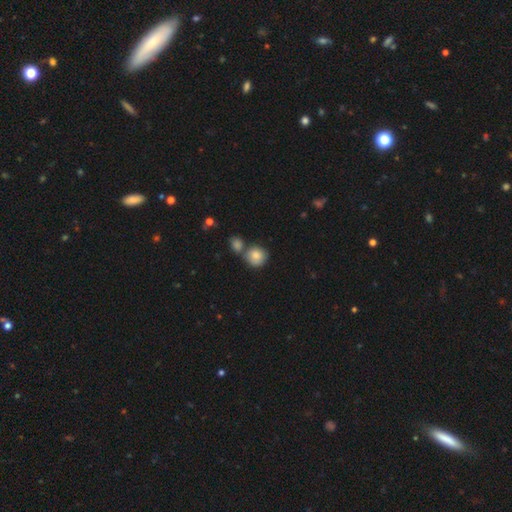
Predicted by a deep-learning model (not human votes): Smooth or featured?
  - smooth: 84% *
  - featured or disk: 8%
  - star or artifact: 8%
How rounded?
  - round: 85% *
  - in between: 14%
  - cigar-shaped: 1%
Merging?
  - none: 50% *
  - merger: 36%
  - minor disturbance: 11%
  - major disturbance: 4%